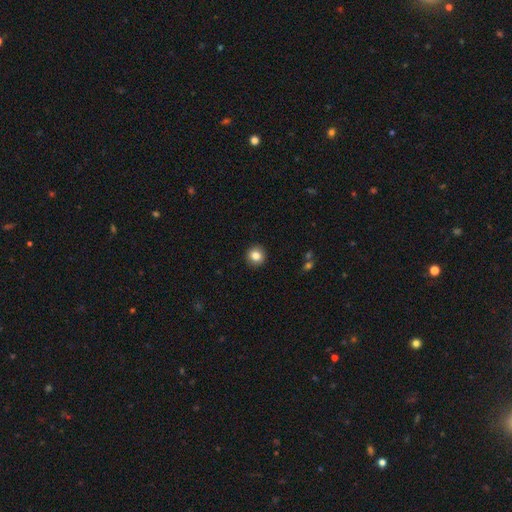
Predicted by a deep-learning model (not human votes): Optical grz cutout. It shows a smooth galaxy with no disk features (84%) that is round (93%). Merging: none (93%).